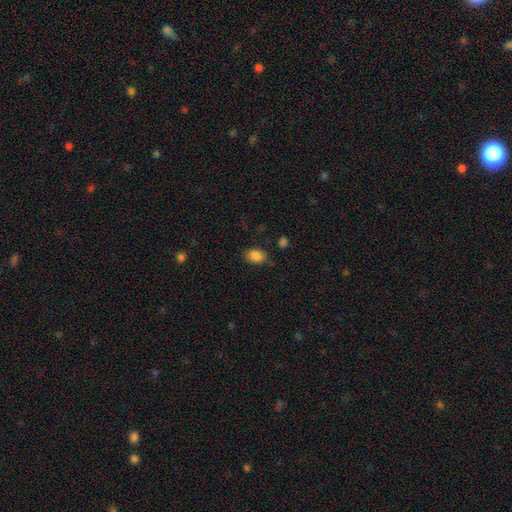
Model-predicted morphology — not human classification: Smooth or featured? smooth (86%)
How rounded? in between (82%)
Merging? none (78%)